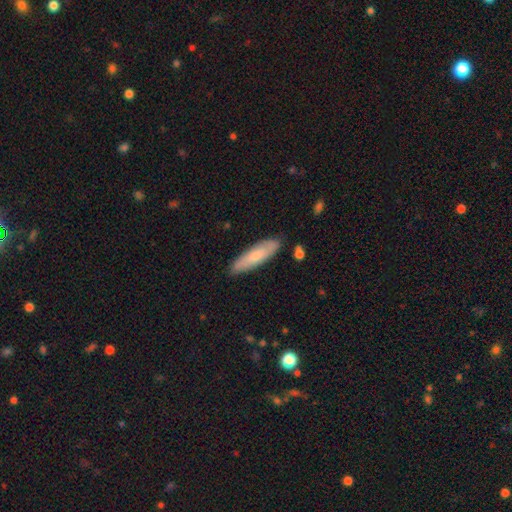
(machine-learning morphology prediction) This is likely a smooth galaxy (69%). How rounded: likely cigar-shaped (63%). Merging: clearly none (85%).